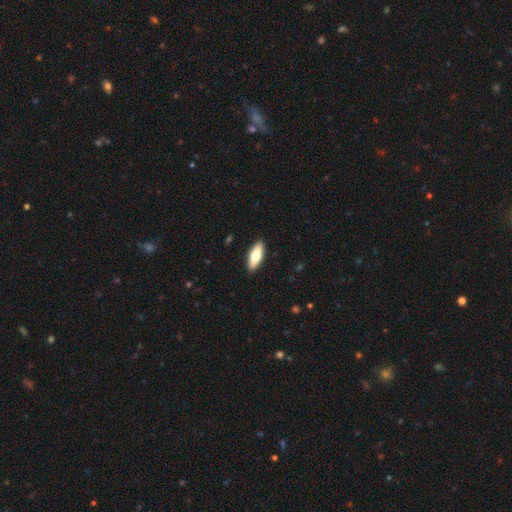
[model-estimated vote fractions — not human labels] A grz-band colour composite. It shows a smooth galaxy with no disk features (66%) that is in between round and cigar-shaped (66%). Merging: none (91%).